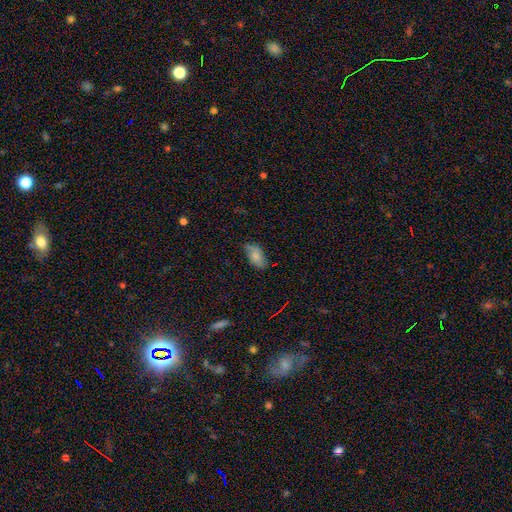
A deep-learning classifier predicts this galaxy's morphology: smooth-or-featured: smooth: 71% | featured or disk: 20% | star or artifact: 9%
  how-rounded: in between: 92% | cigar-shaped: 4% | round: 4%
  merging: none: 63% | minor disturbance: 29% | major disturbance: 6% | merger: 2%